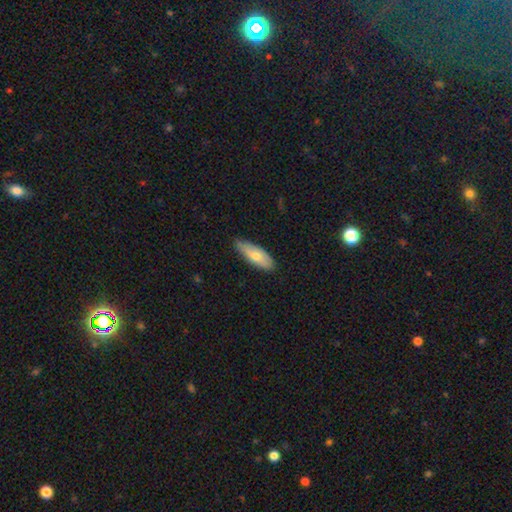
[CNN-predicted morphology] A smooth galaxy with no disk features (71%) that is in between round and cigar-shaped (61%).

Vote fractions:
- Smooth or featured? smooth: 71% / featured or disk: 23% / star or artifact: 6%
- How rounded? in between: 61% / cigar-shaped: 37% / round: 2%
- Merging? none: 81% / minor disturbance: 16% / major disturbance: 2% / merger: 1%